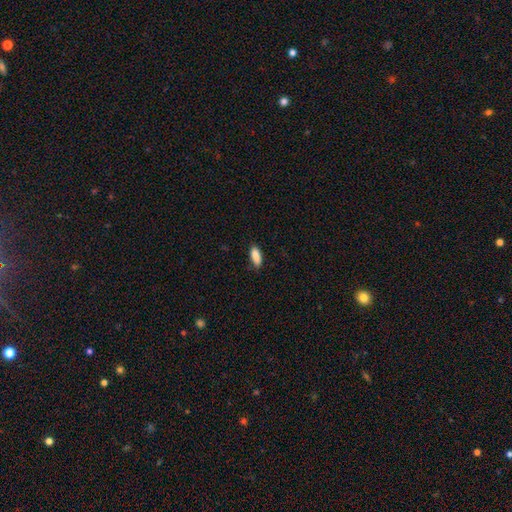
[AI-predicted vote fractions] Morphology: type=smooth (88%); roundness=in between (77%); merging=none (81%).